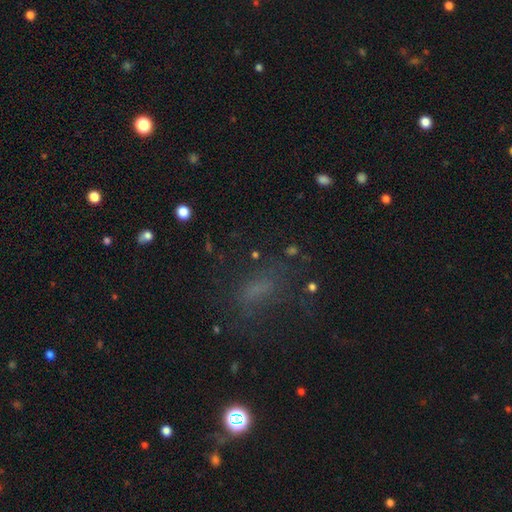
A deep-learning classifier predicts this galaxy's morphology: type=smooth (52%); roundness=in between (72%); merging=none (56%).